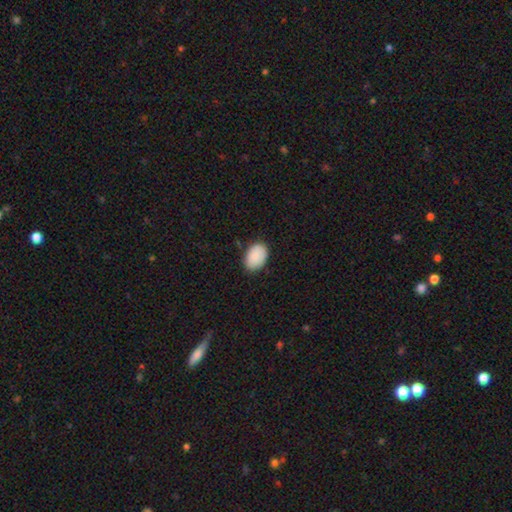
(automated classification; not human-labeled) Morphology: type=smooth (89%); roundness=in between (87%); merging=none (83%).